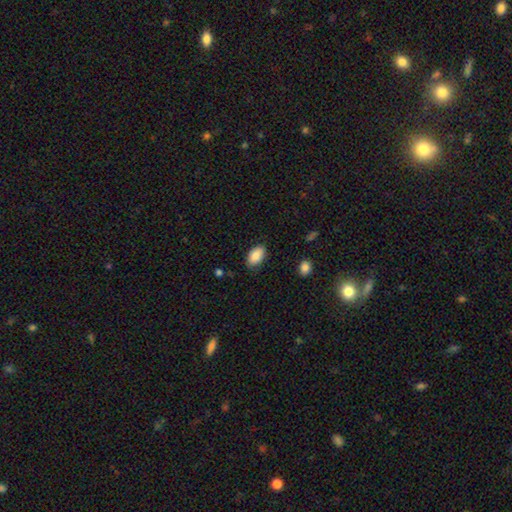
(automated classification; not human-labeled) Smooth or featured: smooth — 87% (star or artifact — 7%)
How rounded: in between — 93% (round — 5%)
Merging: none — 83% (minor disturbance — 13%)